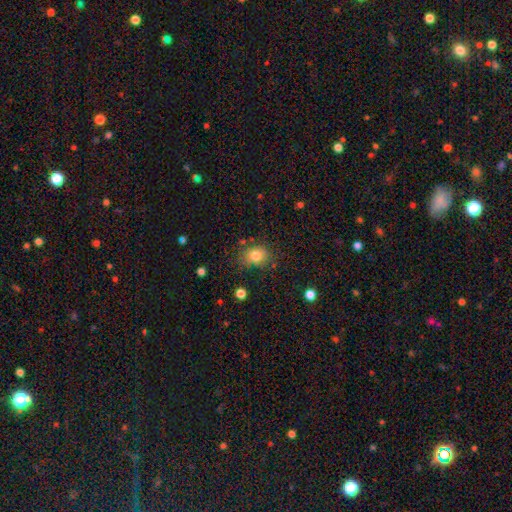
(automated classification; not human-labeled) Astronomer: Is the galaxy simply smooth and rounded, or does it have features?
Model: smooth — 80%.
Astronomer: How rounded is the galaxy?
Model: round — 50%, tied with in between at 50%.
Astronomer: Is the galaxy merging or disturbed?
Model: none — 74%.